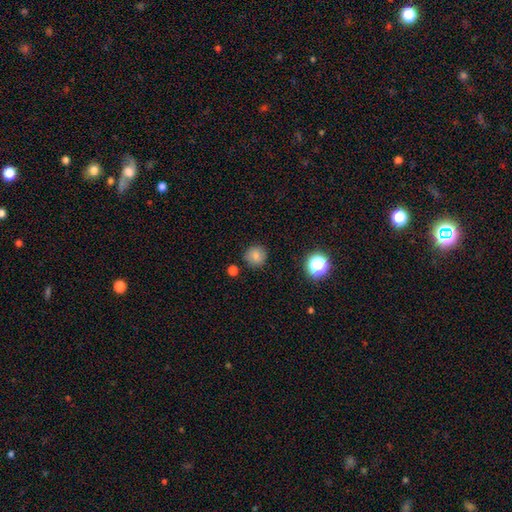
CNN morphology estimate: Q: Smooth or featured?
A: smooth (80%); runner-up: star or artifact (13%)
Q: How rounded?
A: round (92%); runner-up: in between (7%)
Q: Merging?
A: none (85%); runner-up: minor disturbance (10%)